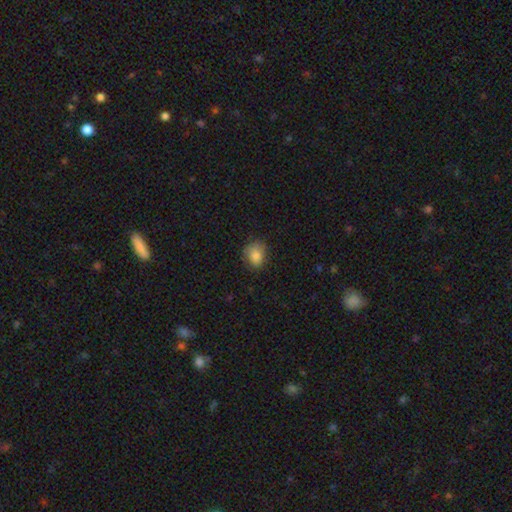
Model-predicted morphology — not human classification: Smooth or featured? Predicted: smooth (p=0.82). How rounded? Predicted: round (p=0.56). Merging? Predicted: none (p=0.75).